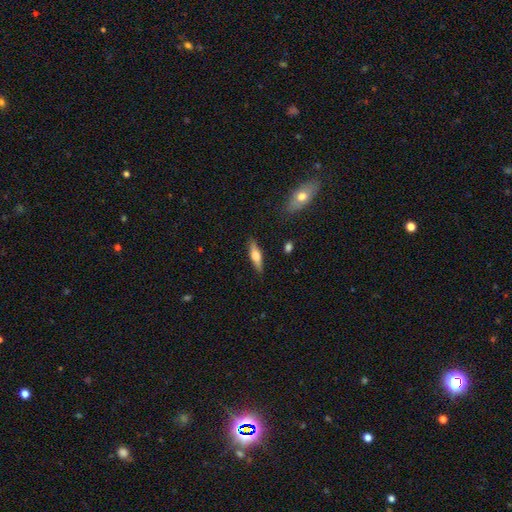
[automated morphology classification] Smooth or featured?
  - smooth: 51% *
  - featured or disk: 43%
  - star or artifact: 6%
How rounded?
  - cigar-shaped: 64% *
  - in between: 34%
  - round: 2%
Merging?
  - none: 86% *
  - minor disturbance: 10%
  - major disturbance: 2%
  - merger: 2%